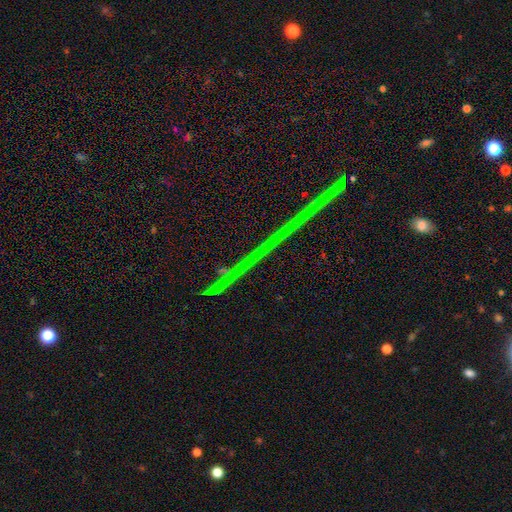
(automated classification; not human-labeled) This is likely a star or artifact rather than a galaxy (77%).